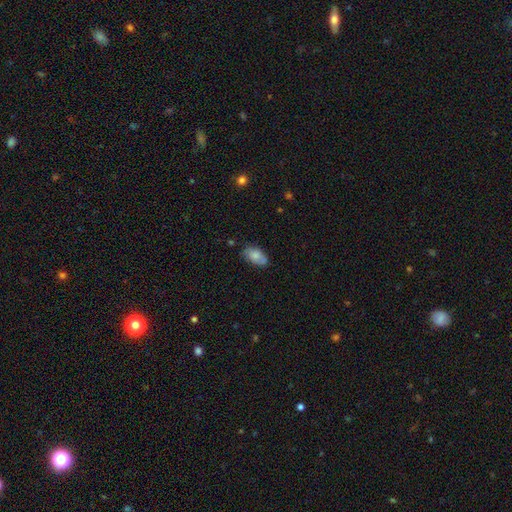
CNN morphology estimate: Smooth or featured? smooth (77%)
How rounded? in between (93%)
Merging? none (70%)